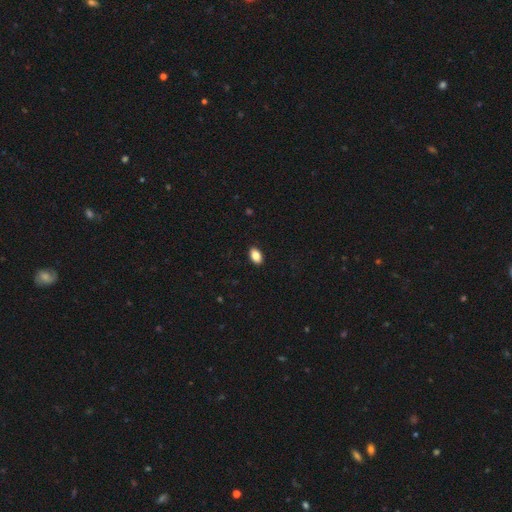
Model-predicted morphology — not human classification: The model was most divided on "smooth or featured": smooth: 87%, star or artifact: 8%, featured or disk: 5%. More confident: how rounded — in between (91%); merging — none (90%).